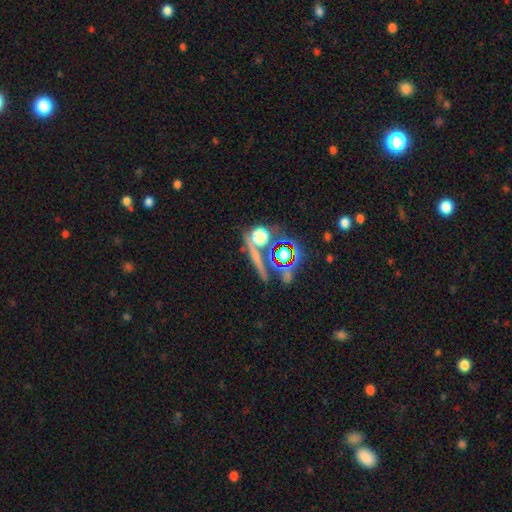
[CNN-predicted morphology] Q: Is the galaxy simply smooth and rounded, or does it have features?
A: star or artifact — 41%.